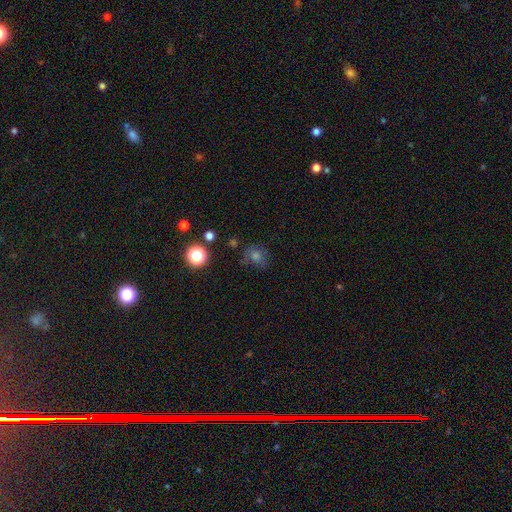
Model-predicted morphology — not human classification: This is possibly a smooth galaxy (56%). How rounded: likely round (71%). Merging: likely none (68%).